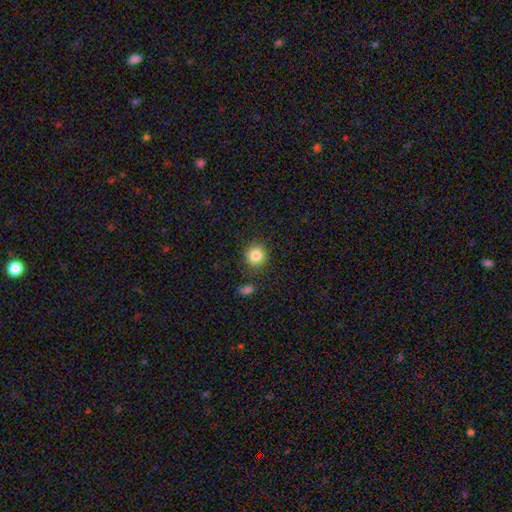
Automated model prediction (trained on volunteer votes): Smooth or featured? smooth (84%)
How rounded? round (89%)
Merging? none (85%)